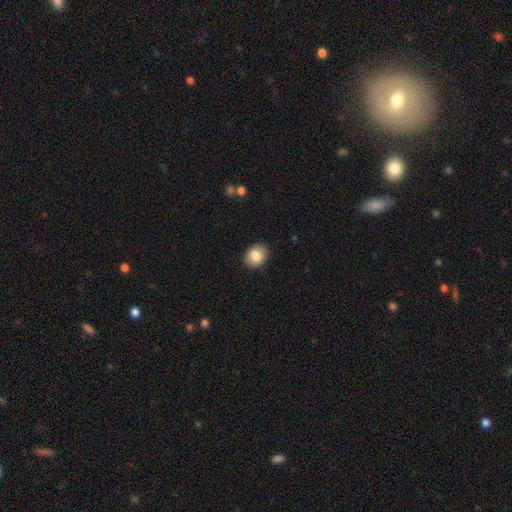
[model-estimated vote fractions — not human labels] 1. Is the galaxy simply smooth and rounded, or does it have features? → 83% smooth, 9% featured or disk, 8% star or artifact.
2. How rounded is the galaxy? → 54% in between, 45% round, 1% cigar-shaped.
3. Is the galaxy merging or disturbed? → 88% none, 9% minor disturbance, 2% major disturbance, 1% merger.